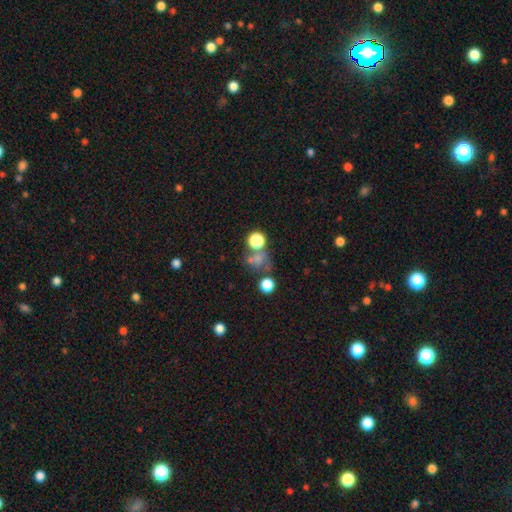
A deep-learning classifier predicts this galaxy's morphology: star or artifact 43%, smooth 42%, featured or disk 15%.